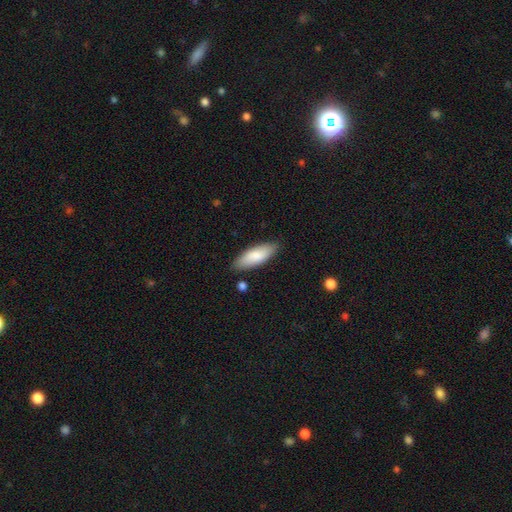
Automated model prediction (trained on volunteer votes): Q: Smooth or featured?
A: smooth (83%); runner-up: featured or disk (12%)
Q: How rounded?
A: in between (63%); runner-up: cigar-shaped (35%)
Q: Merging?
A: none (85%); runner-up: minor disturbance (11%)